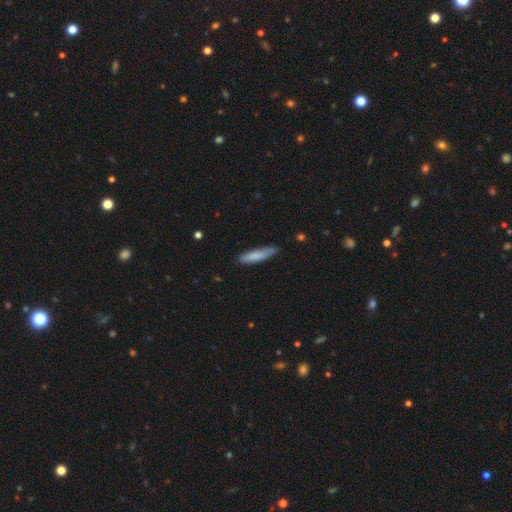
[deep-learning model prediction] The model was most divided on "merging": none: 70%, minor disturbance: 25%, major disturbance: 3%, merger: 2%. More confident: smooth or featured — smooth (81%); how rounded — cigar-shaped (78%).